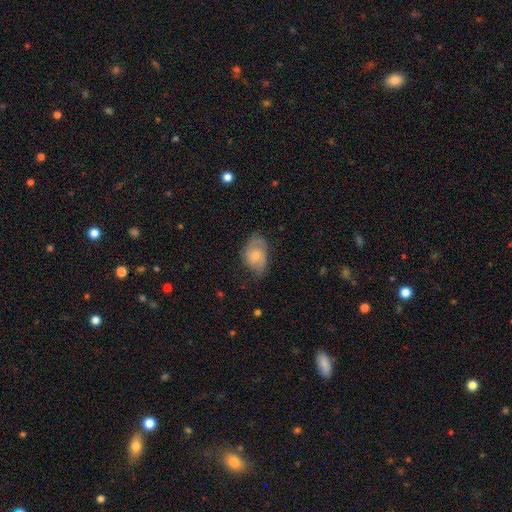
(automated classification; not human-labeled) Smooth or featured?
  - featured or disk: 49% *
  - smooth: 44%
  - star or artifact: 7%
Merging?
  - none: 54% *
  - minor disturbance: 31%
  - major disturbance: 14%
  - merger: 2%